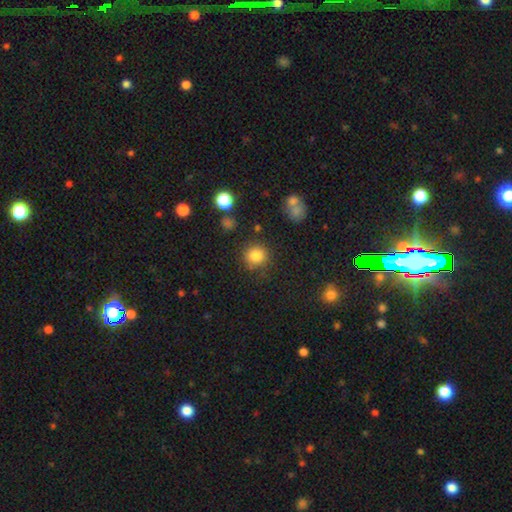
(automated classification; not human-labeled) This appears to be a smooth galaxy with no disk features (83%) that is round (90%). Merging: none (84%).